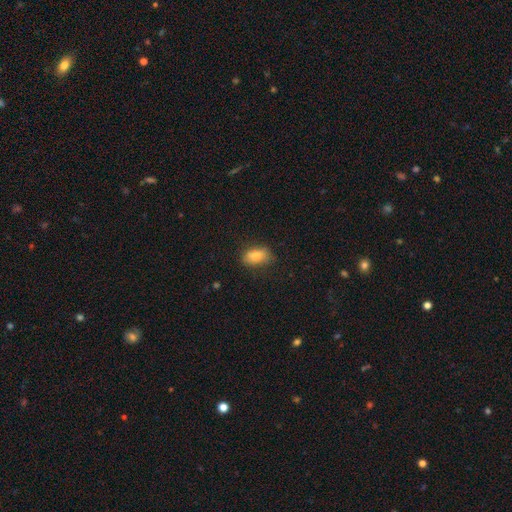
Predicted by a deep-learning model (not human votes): Overall: smooth (81%). How rounded: in between (87%). Merging: none (73%).